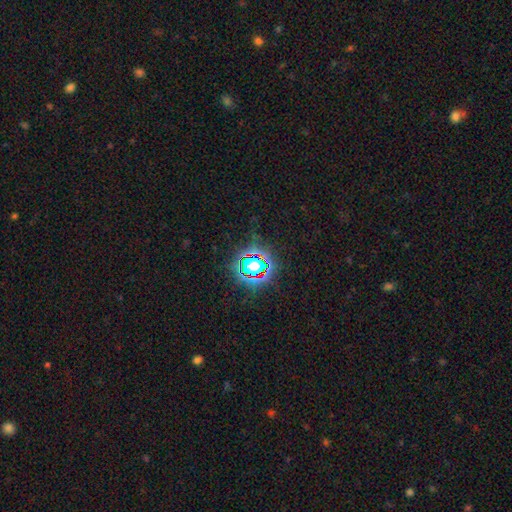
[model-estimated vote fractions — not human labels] Smooth or featured?
  - star or artifact: 80% *
  - smooth: 12%
  - featured or disk: 7%